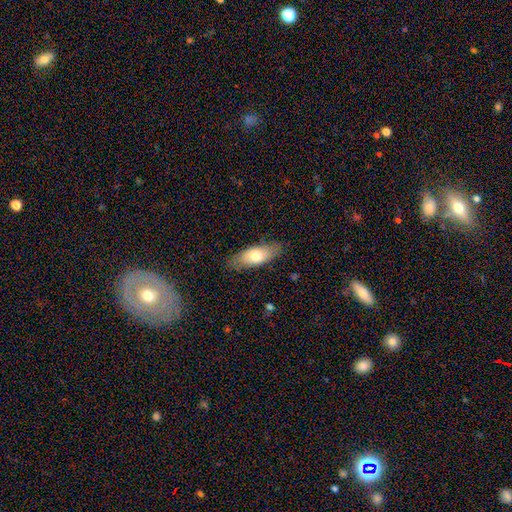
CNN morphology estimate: This appears to be a smooth galaxy with no disk features (72%) that is in between round and cigar-shaped (77%). Merging: none (81%).